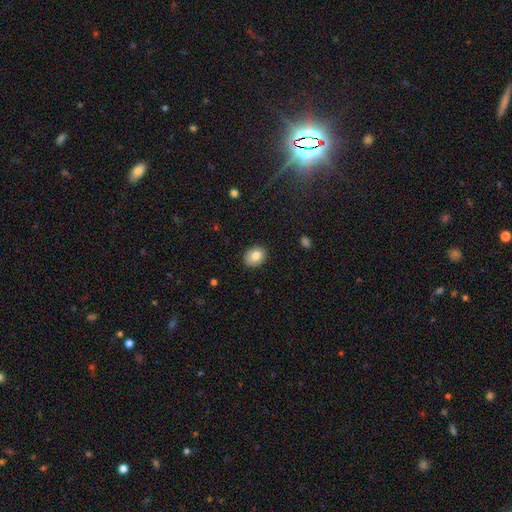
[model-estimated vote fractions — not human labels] This appears to be a smooth galaxy with no disk features (81%) that is in between round and cigar-shaped (50%). Merging: none (88%).